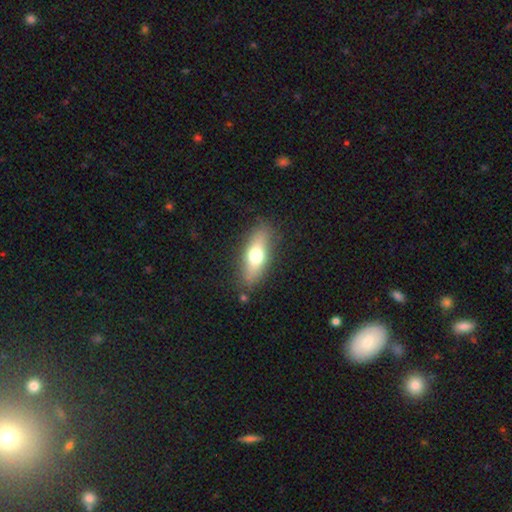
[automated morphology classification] Overall: smooth (60%; featured or disk 32%). How rounded: in between (59%; cigar-shaped 37%). Merging: none (83%).